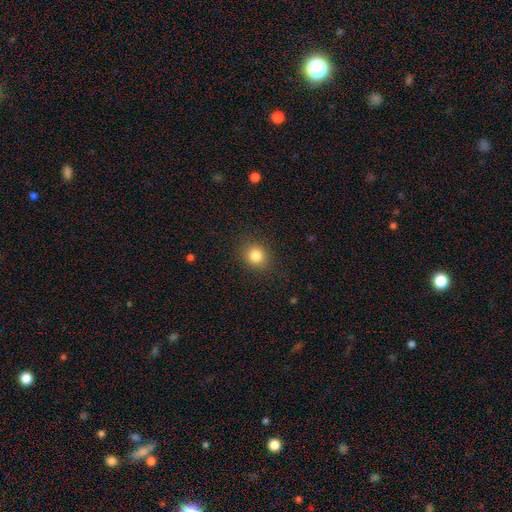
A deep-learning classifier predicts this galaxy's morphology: This appears to be a smooth galaxy with no disk features (83%) that is round (79%). Merging: none (89%).